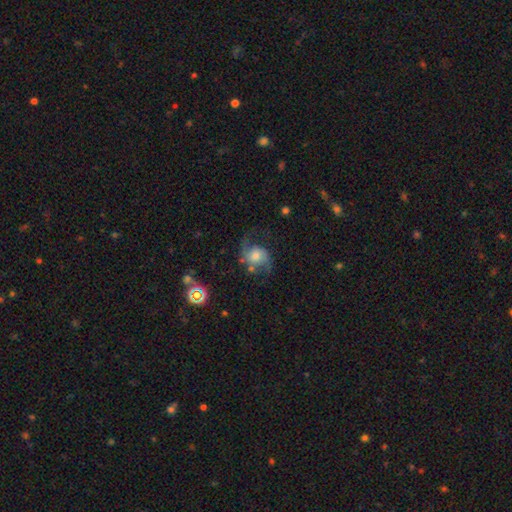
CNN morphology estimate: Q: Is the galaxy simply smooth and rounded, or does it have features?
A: featured or disk — 74%.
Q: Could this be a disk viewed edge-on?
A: no — 98%.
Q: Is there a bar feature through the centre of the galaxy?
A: no — 66%.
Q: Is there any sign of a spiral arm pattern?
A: yes — 94%.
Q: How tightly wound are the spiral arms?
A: loose — 52%.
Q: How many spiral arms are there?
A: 2 — 87%.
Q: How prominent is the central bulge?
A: moderate — 50%.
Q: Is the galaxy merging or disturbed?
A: none — 59%.